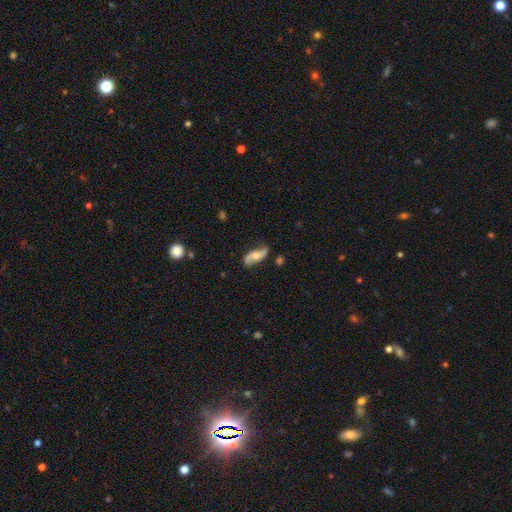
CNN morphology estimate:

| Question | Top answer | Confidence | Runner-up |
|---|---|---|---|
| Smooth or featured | featured or disk | 70% | smooth (24%) |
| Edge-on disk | no | 89% | yes (11%) |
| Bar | no | 63% | weak (27%) |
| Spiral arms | yes | 92% | no (8%) |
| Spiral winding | loose | 77% | medium (16%) |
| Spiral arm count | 2 | 92% | can't tell (3%) |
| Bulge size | moderate | 60% | small (27%) |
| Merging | none | 74% | minor disturbance (18%) |